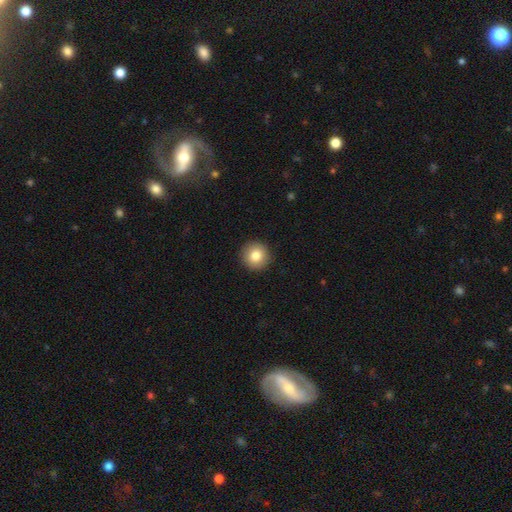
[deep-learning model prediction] This appears to be a smooth galaxy with no disk features (82%) that is round (95%). Merging: none (93%).